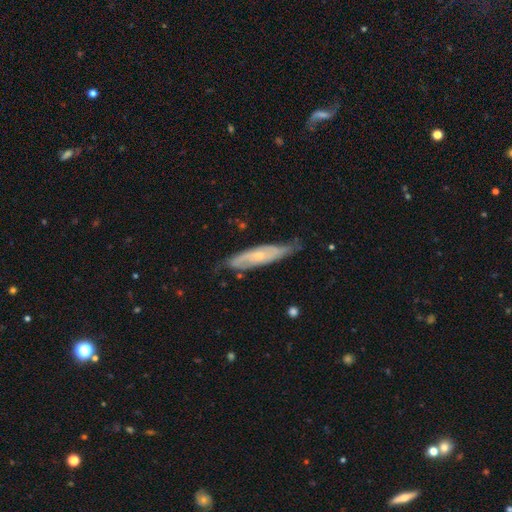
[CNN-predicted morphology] type=featured or disk (62%); edge-on=no (51%); merging=none (75%).